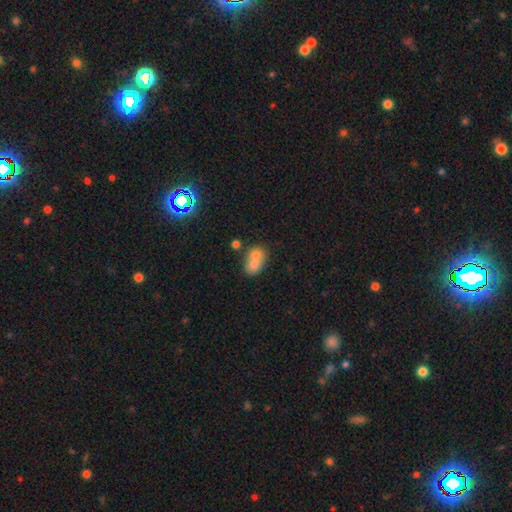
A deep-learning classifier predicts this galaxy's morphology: Q: Smooth or featured?
A: smooth (71%); runner-up: featured or disk (18%)
Q: How rounded?
A: in between (65%); runner-up: round (34%)
Q: Merging?
A: merger (62%); runner-up: none (26%)